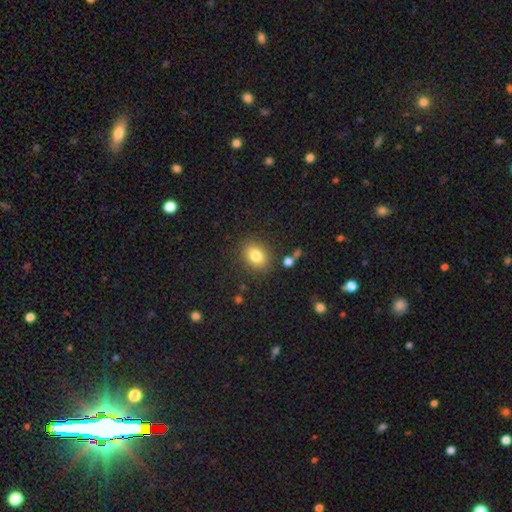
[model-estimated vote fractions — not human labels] smooth_or_featured: smooth (p=0.81) [alt: star or artifact p=0.11]
how_rounded: in between (p=0.51) [alt: round p=0.48]
merging: none (p=0.85) [alt: minor disturbance p=0.10]